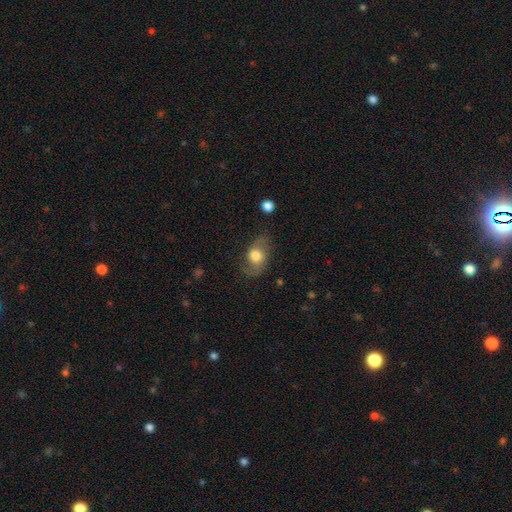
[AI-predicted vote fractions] A smooth galaxy with no disk features (55%) that is in between round and cigar-shaped (67%). Merging: none (64%).